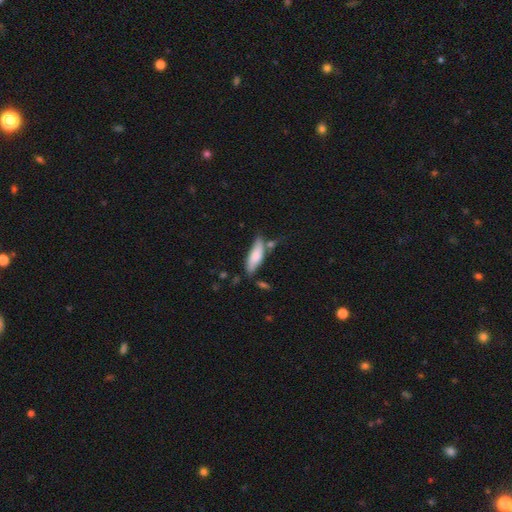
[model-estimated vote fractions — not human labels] Overall: smooth (76%). How rounded: in between (52%; cigar-shaped 46%). Merging: none (60%; minor disturbance 24%).